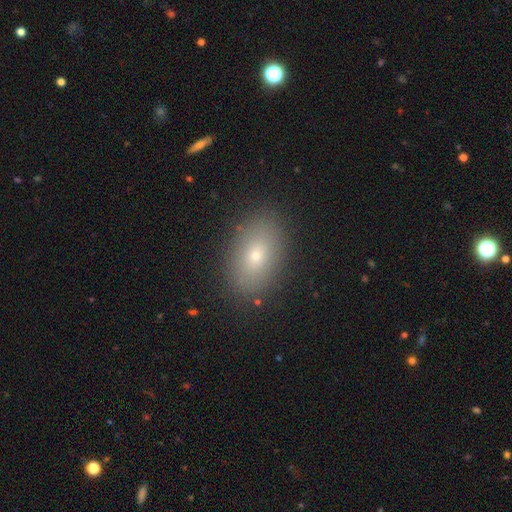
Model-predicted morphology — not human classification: A smooth galaxy with no disk features (70%) that is in between round and cigar-shaped (85%).

Vote fractions:
- Smooth or featured? smooth: 70% / featured or disk: 16% / star or artifact: 13%
- How rounded? in between: 85% / round: 13% / cigar-shaped: 2%
- Merging? none: 88% / minor disturbance: 8% / major disturbance: 3% / merger: 1%